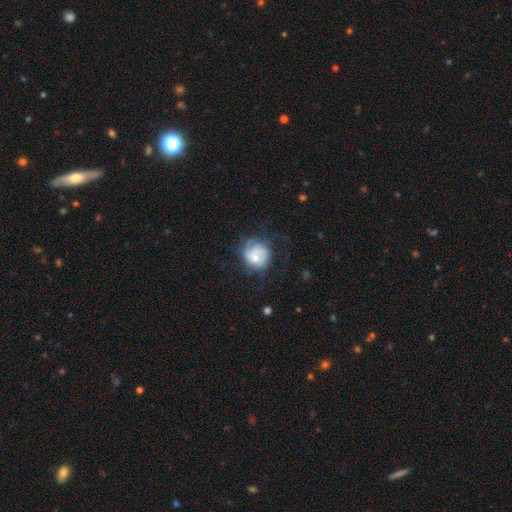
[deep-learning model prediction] Smooth or featured?
  - featured or disk: 56% *
  - smooth: 36%
  - star or artifact: 8%
Edge-on disk?
  - no: 98% *
  - yes: 2%
Bar?
  - no: 73% *
  - weak: 24%
  - strong: 4%
Spiral arms?
  - yes: 84% *
  - no: 16%
Bulge size?
  - moderate: 46% *
  - small: 40%
  - large: 7%
  - none: 5%
  - dominant: 2%
Merging?
  - none: 56% *
  - minor disturbance: 23%
  - major disturbance: 19%
  - merger: 2%